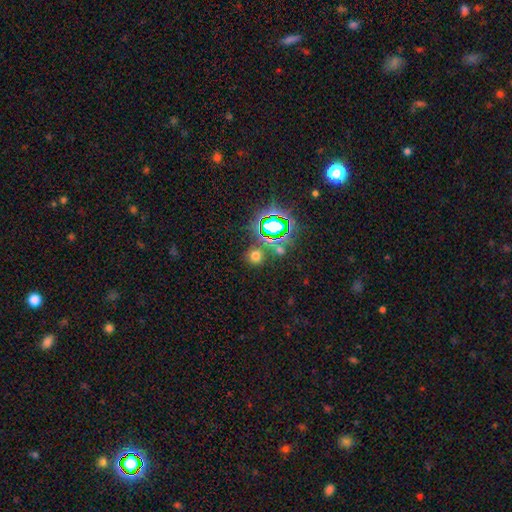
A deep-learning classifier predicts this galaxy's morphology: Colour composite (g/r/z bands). It shows a smooth galaxy with no disk features (59%) that is round (88%). Merging: none (79%).